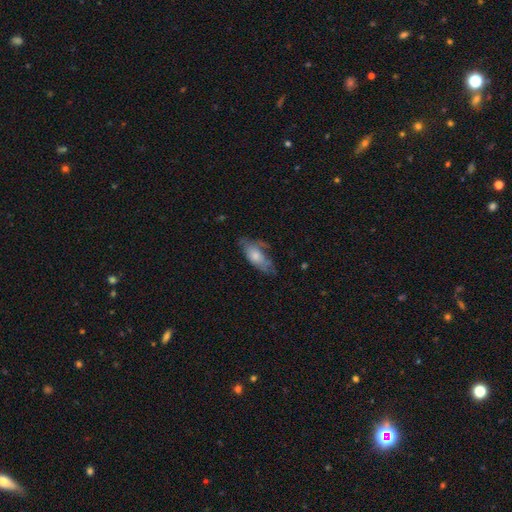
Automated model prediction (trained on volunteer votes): A smooth galaxy with no disk features (61%) that is in between round and cigar-shaped (83%).

Vote fractions:
- Smooth or featured? smooth: 61% / featured or disk: 32% / star or artifact: 7%
- How rounded? in between: 83% / cigar-shaped: 14% / round: 3%
- Merging? none: 43% / minor disturbance: 34% / major disturbance: 21% / merger: 3%